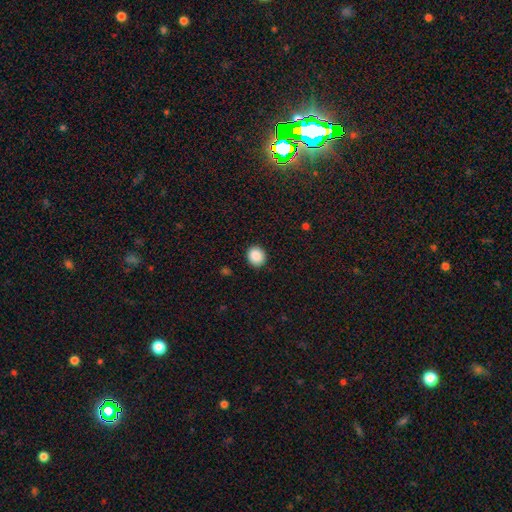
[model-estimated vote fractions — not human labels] A smooth galaxy with no disk features (89%) that is round (79%). Merging: none (90%).